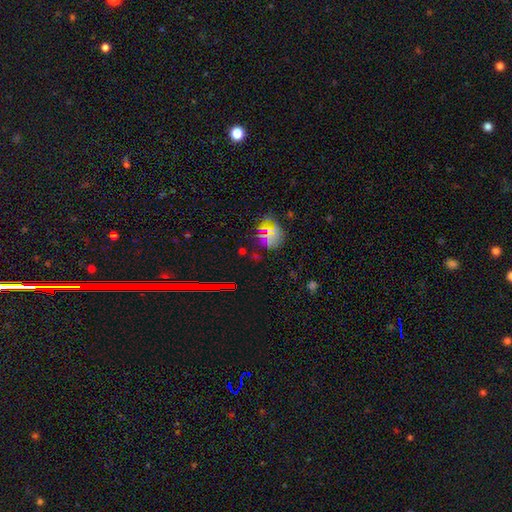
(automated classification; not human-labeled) Smooth or featured? star or artifact (47%)